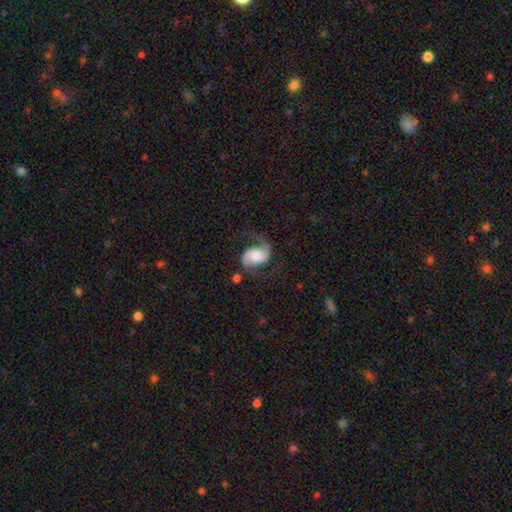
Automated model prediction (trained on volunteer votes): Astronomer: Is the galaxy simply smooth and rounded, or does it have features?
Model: featured or disk — 79%.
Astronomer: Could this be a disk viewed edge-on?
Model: no — 98%.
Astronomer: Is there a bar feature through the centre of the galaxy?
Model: no — 50% (runner-up: weak, 35%).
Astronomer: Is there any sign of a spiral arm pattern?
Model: yes — 95%.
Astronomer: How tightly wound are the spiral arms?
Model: loose — 54% (runner-up: medium, 36%).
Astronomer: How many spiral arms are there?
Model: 2 — 85%.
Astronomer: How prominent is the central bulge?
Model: moderate — 51%.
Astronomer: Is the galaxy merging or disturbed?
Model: none — 60%.